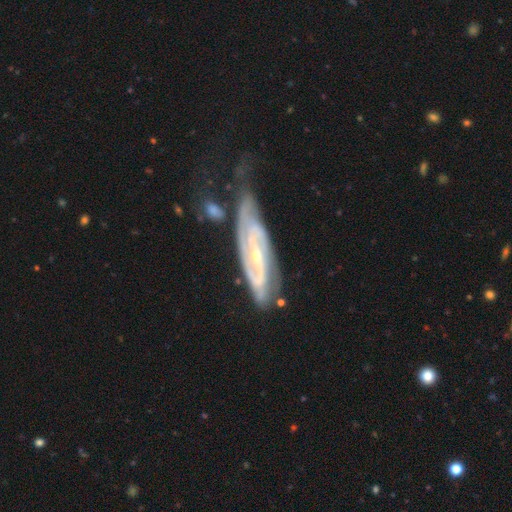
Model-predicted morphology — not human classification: Smooth or featured? Predicted: featured or disk (p=0.88). Edge-on disk? Predicted: no (p=0.88). Bar? Predicted: weak (p=0.38). Spiral arms? Predicted: yes (p=0.97). Spiral winding? Predicted: tight (p=0.58). Spiral arm count? Predicted: 2 (p=0.60). Bulge size? Predicted: small (p=0.69). Merging? Predicted: none (p=0.45).